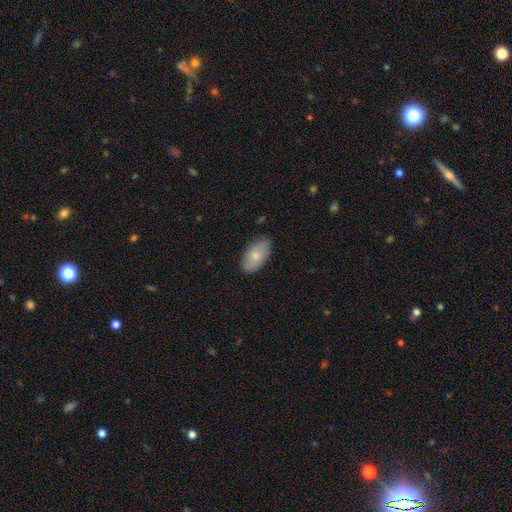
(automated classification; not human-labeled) smooth_or_featured: smooth (p=0.75) [alt: featured or disk p=0.19]
how_rounded: in between (p=0.94) [alt: round p=0.04]
merging: none (p=0.84) [alt: minor disturbance p=0.13]